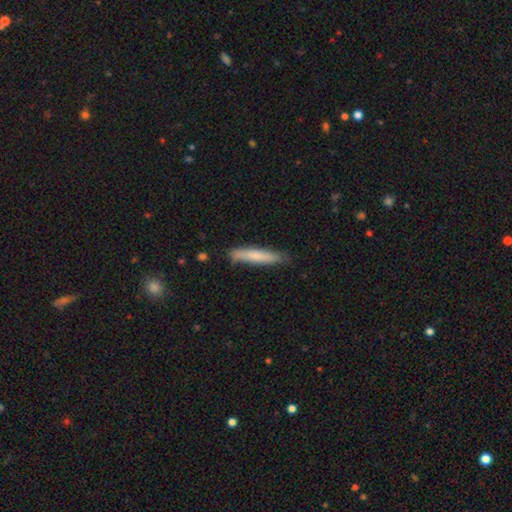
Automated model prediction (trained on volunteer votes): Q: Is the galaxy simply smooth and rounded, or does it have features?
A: smooth — 73%.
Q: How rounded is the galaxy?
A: cigar-shaped — 92%.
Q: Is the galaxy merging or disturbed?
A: none — 82%.